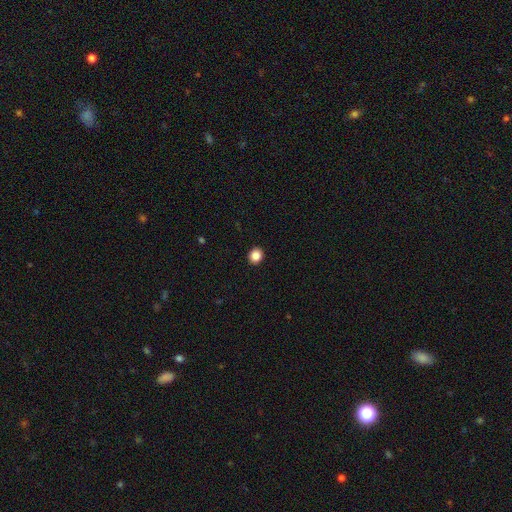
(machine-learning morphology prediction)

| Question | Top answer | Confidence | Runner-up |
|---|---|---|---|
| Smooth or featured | smooth | 87% | star or artifact (10%) |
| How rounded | round | 79% | in between (20%) |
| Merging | none | 93% | minor disturbance (5%) |